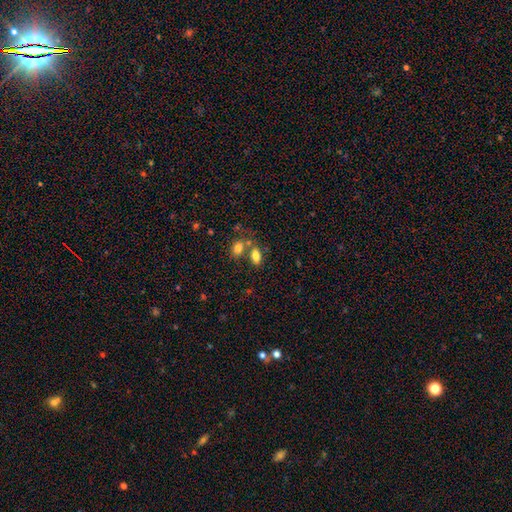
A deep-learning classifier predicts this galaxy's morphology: A smooth galaxy with no disk features (80%) that is in between round and cigar-shaped (88%). Merging: none (51%).